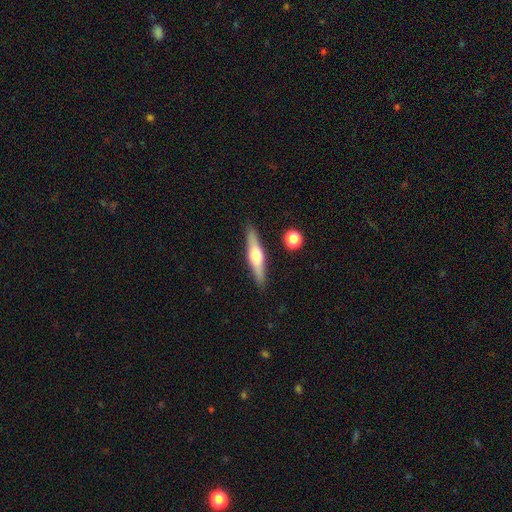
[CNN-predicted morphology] Overall: featured or disk (57%; smooth 37%). Edge-on disk: yes (95%). Edge-on bulge: rounded (93%). Merging: none (89%).